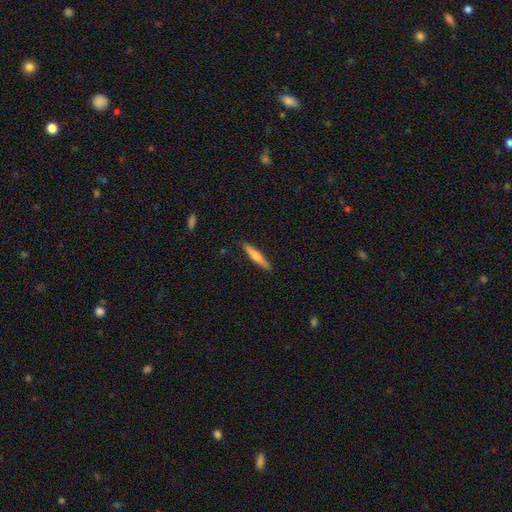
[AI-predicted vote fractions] smooth-or-featured: smooth: 57% | featured or disk: 37% | star or artifact: 5%
  how-rounded: cigar-shaped: 90% | in between: 8% | round: 1%
  merging: none: 90% | minor disturbance: 7% | major disturbance: 1% | merger: 1%